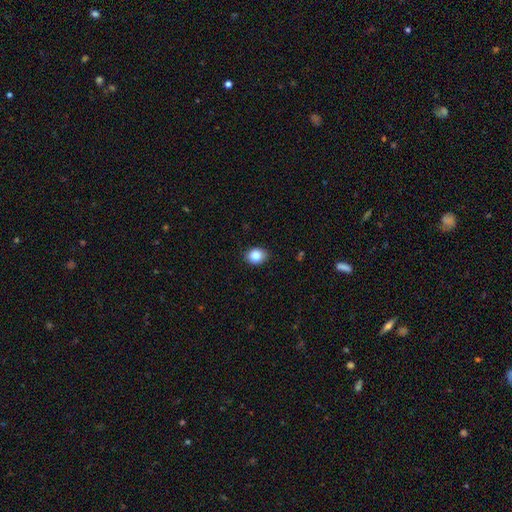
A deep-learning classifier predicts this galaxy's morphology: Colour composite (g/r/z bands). It shows a smooth galaxy with no disk features (85%) that is round (52%). Merging: none (87%).